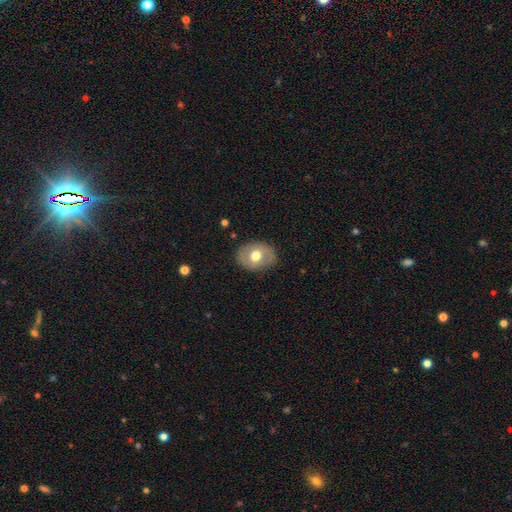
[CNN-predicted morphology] Smooth or featured?
  - smooth: 56% *
  - featured or disk: 37%
  - star or artifact: 7%
How rounded?
  - in between: 58% *
  - round: 41%
  - cigar-shaped: 1%
Merging?
  - none: 83% *
  - minor disturbance: 12%
  - major disturbance: 3%
  - merger: 1%